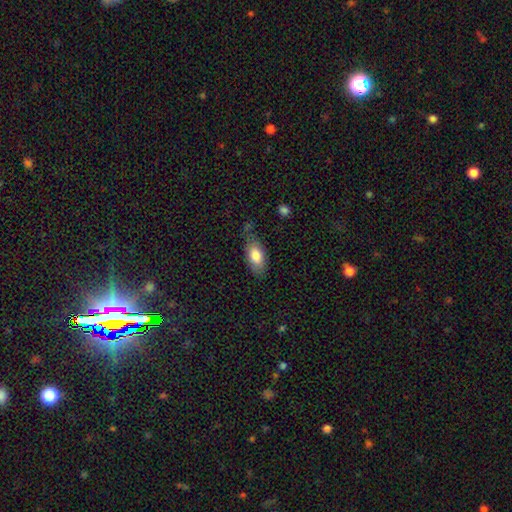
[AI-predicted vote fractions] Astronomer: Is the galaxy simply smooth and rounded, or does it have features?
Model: smooth — 80%.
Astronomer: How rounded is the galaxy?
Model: in between — 90%.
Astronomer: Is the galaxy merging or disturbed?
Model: none — 62%.